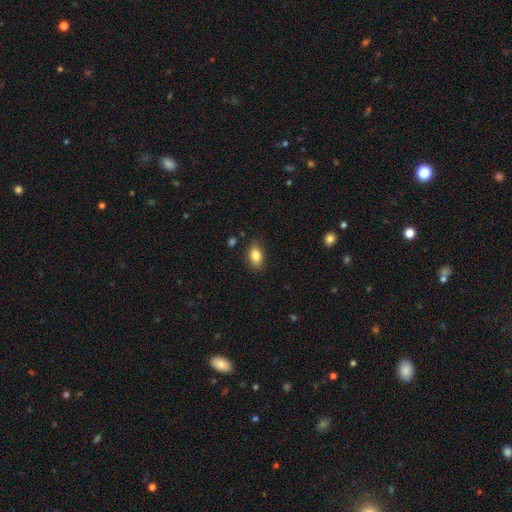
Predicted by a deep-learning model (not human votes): Smooth or featured? smooth (85%)
How rounded? in between (88%)
Merging? none (85%)